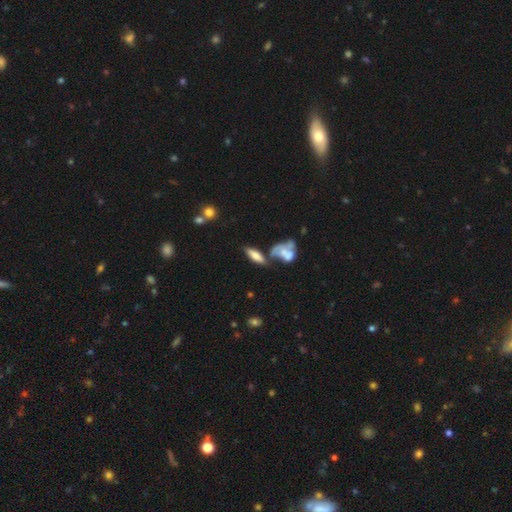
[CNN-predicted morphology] type=smooth (64%); roundness=in between (63%); merging=none (47%).